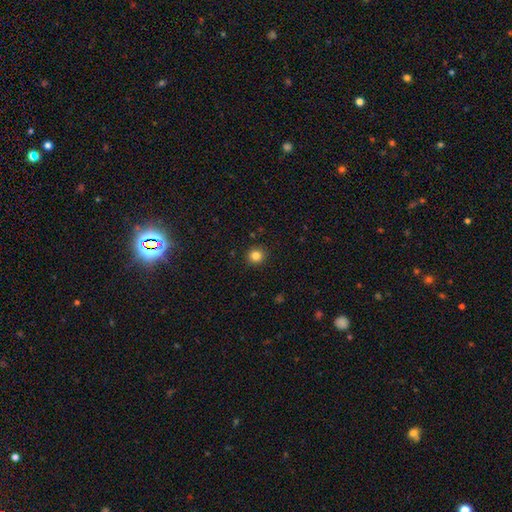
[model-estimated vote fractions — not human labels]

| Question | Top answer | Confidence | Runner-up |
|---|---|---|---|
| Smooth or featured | smooth | 83% | star or artifact (12%) |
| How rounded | round | 93% | in between (6%) |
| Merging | none | 91% | minor disturbance (6%) |